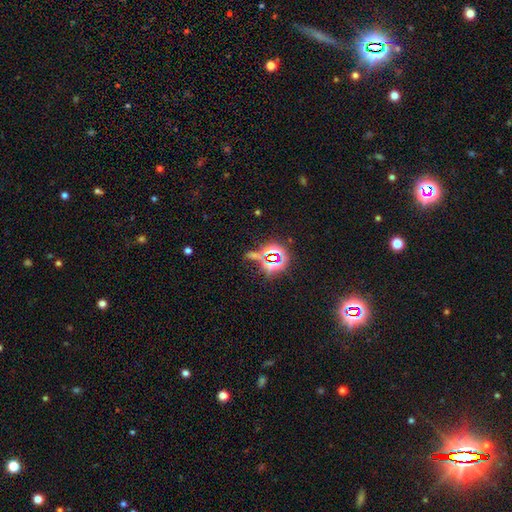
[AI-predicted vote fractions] Overall: star or artifact (76%).